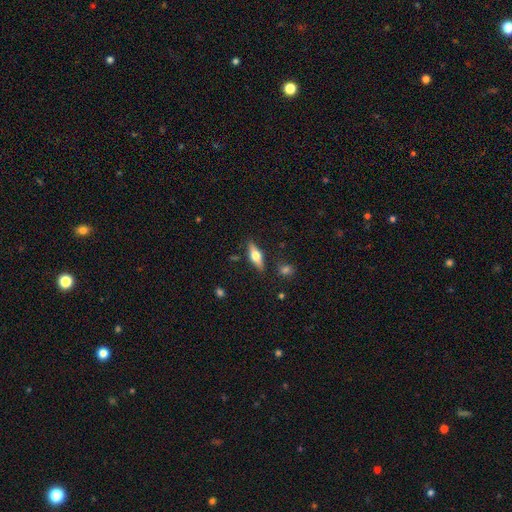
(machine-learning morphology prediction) This appears to be a featured or disk galaxy (49%). Merging: none (83%).